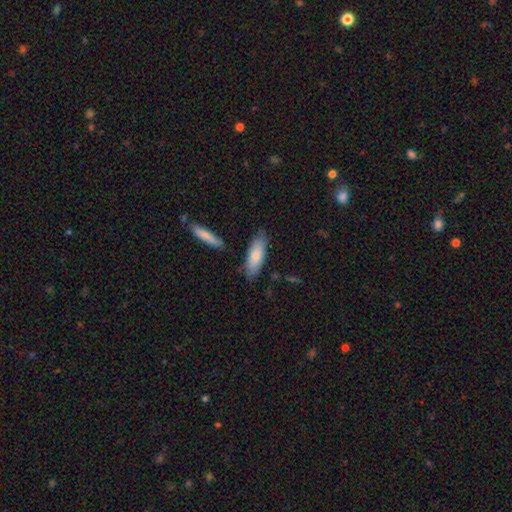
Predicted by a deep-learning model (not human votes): smooth_or_featured: smooth (p=0.79) [alt: featured or disk p=0.15]
how_rounded: in between (p=0.62) [alt: cigar-shaped p=0.36]
merging: none (p=0.77) [alt: minor disturbance p=0.16]